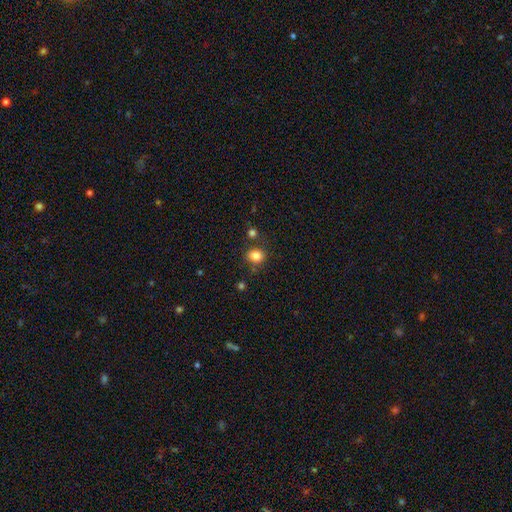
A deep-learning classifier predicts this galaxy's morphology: smooth 83%, star or artifact 12%, featured or disk 5%. Down the decision tree: how rounded — round (66%); merging — none (74%).